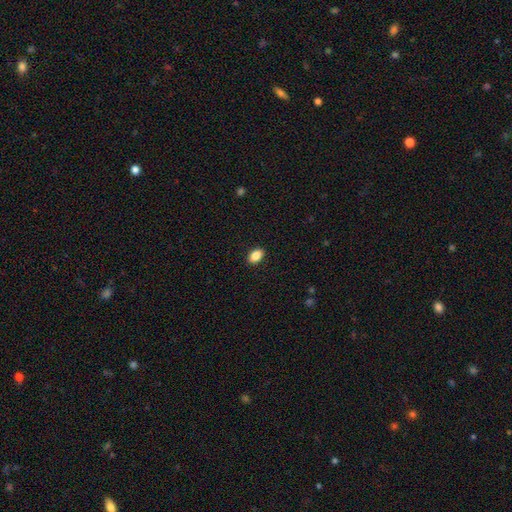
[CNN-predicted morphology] Smooth or featured? Predicted: smooth (p=0.86). How rounded? Predicted: in between (p=0.85). Merging? Predicted: none (p=0.90).